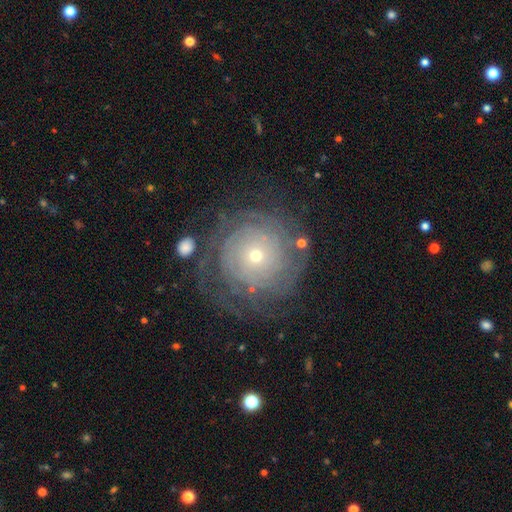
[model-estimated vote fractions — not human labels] Morphology: type=featured or disk (75%); edge-on=no (97%); bar=no (86%); spiral arms=yes (88%); winding=tight (84%); arm count=can't tell (49%); bulge=small (73%); merging=none (75%).